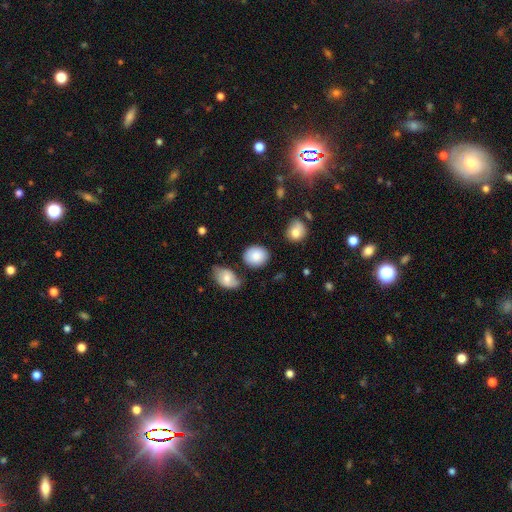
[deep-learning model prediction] Smooth or featured: smooth — 85% (star or artifact — 8%)
How rounded: round — 62% (in between — 37%)
Merging: none — 75% (minor disturbance — 15%)